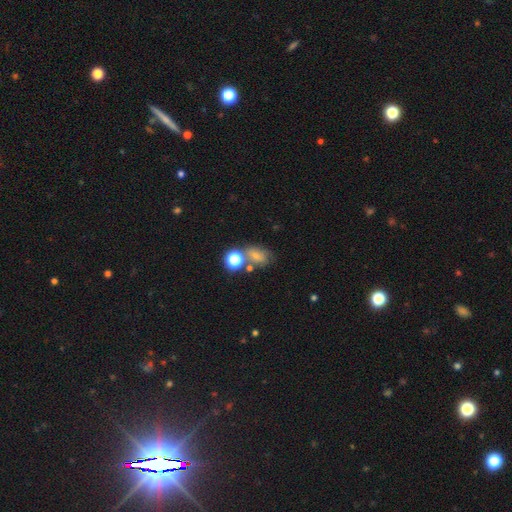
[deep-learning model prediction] Q: Smooth or featured?
A: smooth (62%); runner-up: star or artifact (21%)
Q: How rounded?
A: in between (63%); runner-up: round (35%)
Q: Merging?
A: none (48%); runner-up: merger (25%)